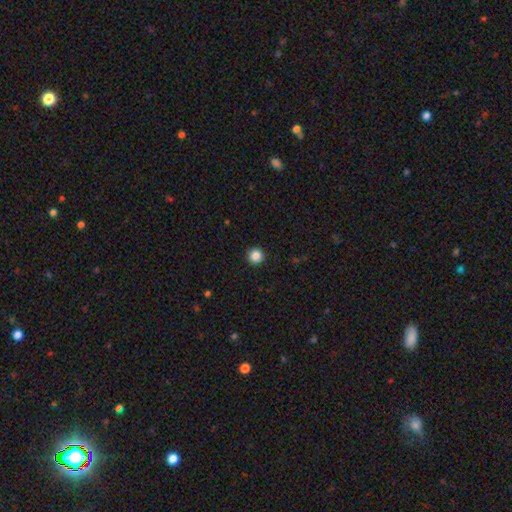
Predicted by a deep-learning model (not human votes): Smooth or featured? smooth (85%)
How rounded? round (96%)
Merging? none (94%)